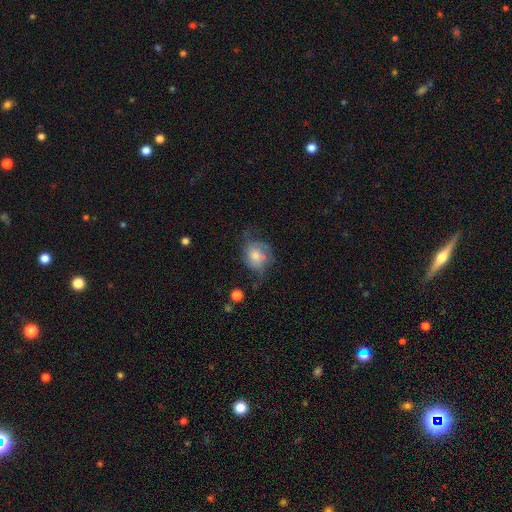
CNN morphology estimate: A smooth galaxy with no disk features (45%, tied with featured or disk). Merging: none (47%).